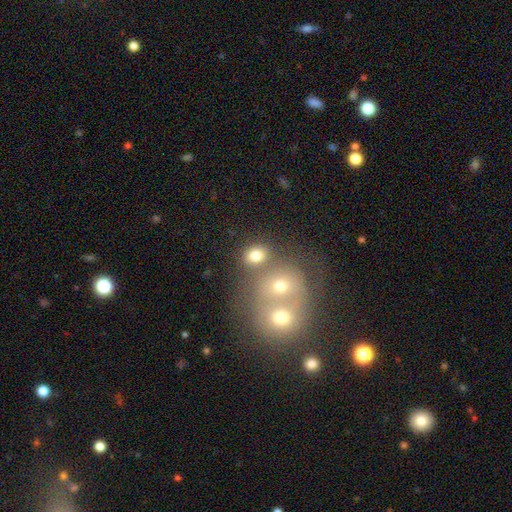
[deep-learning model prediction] This appears to be a smooth galaxy with no disk features (74%) that is round (55%). Merging: none (54%).